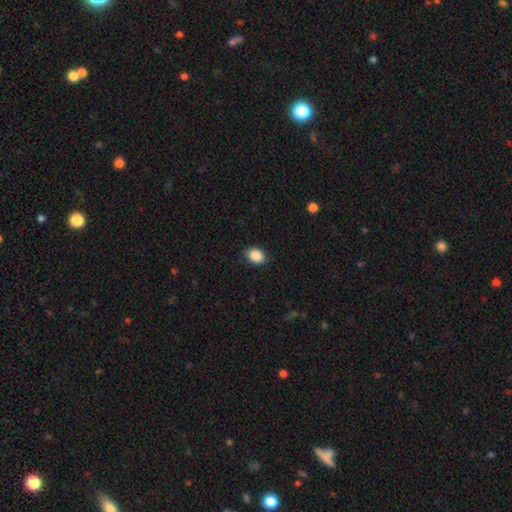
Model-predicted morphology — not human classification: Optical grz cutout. It shows a smooth galaxy with no disk features (89%) that is in between round and cigar-shaped (67%). Merging: none (85%).